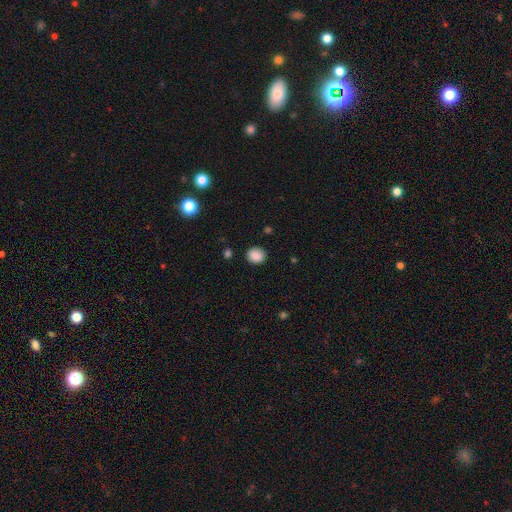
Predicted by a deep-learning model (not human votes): smooth_or_featured: smooth (p=0.87) [alt: star or artifact p=0.09]
how_rounded: round (p=0.65) [alt: in between p=0.34]
merging: none (p=0.86) [alt: minor disturbance p=0.10]